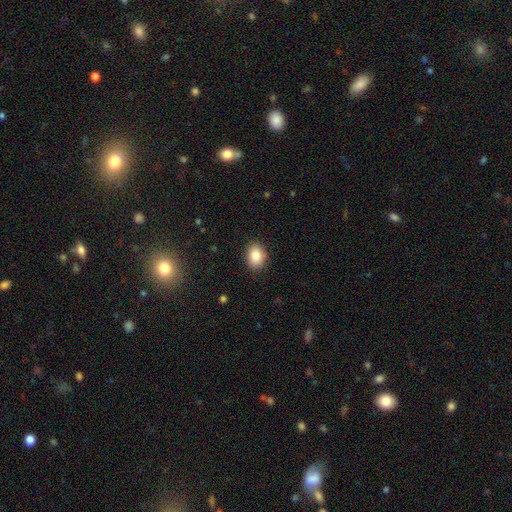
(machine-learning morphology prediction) This is clearly a smooth galaxy (85%). How rounded: likely in between (64%). Merging: clearly none (87%).